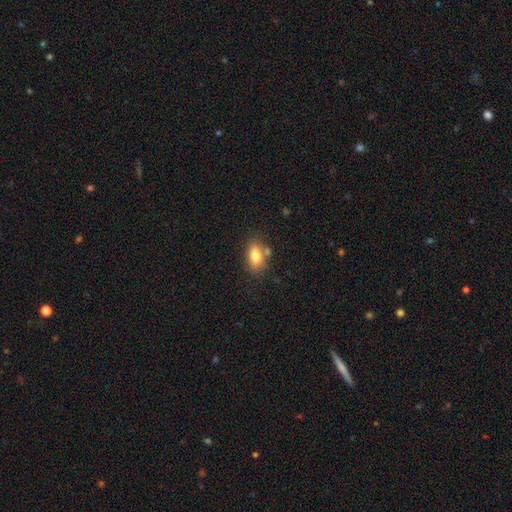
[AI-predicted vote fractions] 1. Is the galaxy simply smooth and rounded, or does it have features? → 80% smooth, 12% featured or disk, 8% star or artifact.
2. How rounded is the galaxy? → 85% in between, 9% round, 7% cigar-shaped.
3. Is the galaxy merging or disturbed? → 67% none, 15% minor disturbance, 14% merger, 4% major disturbance.